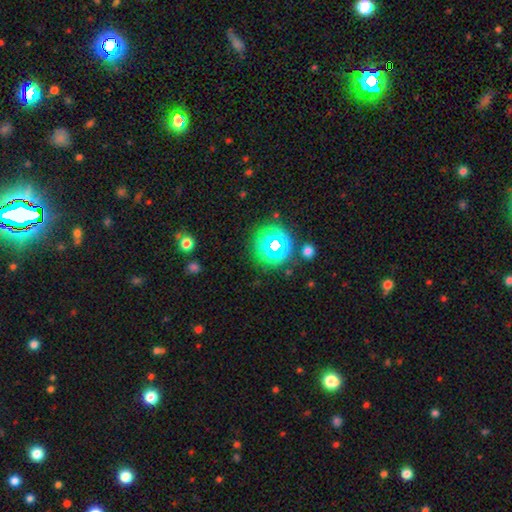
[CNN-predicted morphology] star or artifact 50%, smooth 40%, featured or disk 10%.